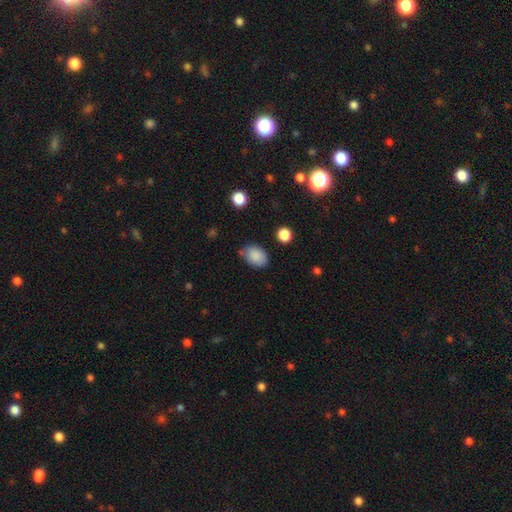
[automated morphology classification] This appears to be a smooth galaxy with no disk features (87%) that is in between round and cigar-shaped (80%). Merging: none (75%).